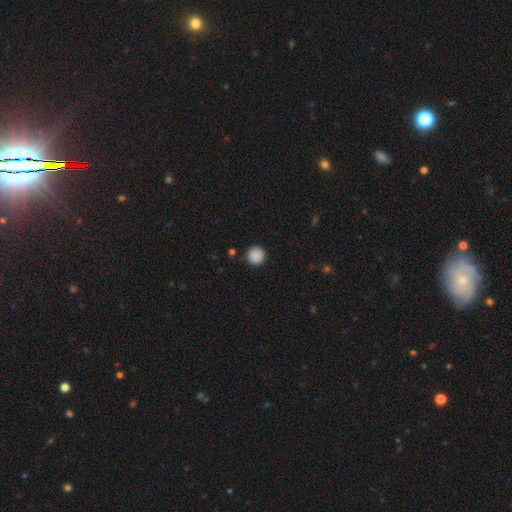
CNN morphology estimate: Smooth or featured? smooth (89%)
How rounded? round (95%)
Merging? none (91%)